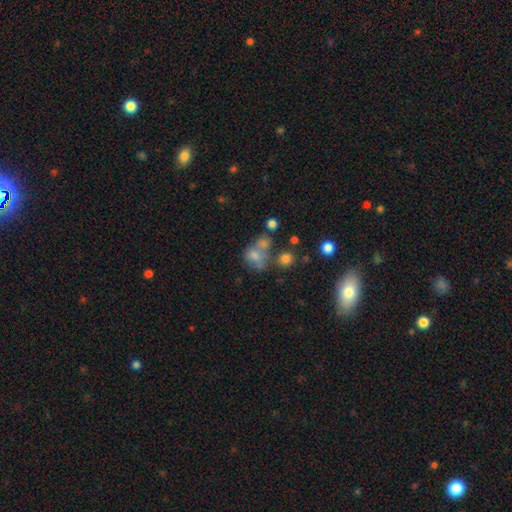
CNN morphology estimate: Smooth or featured? Predicted: smooth (p=0.67). How rounded? Predicted: round (p=0.51). Merging? Predicted: merger (p=0.42).